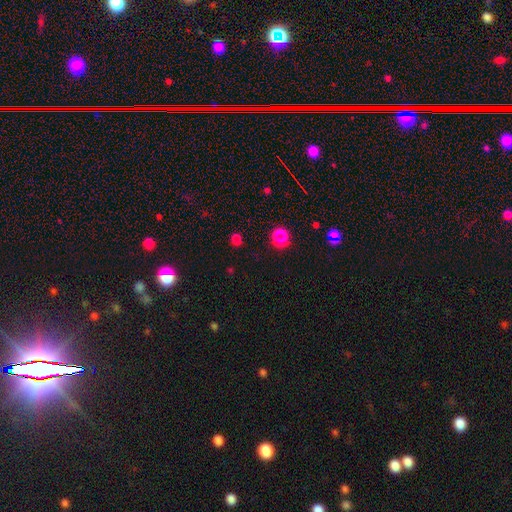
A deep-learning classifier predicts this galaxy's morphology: This appears to be a smooth galaxy with no disk features (67%) that is round (80%). Merging: none (78%).